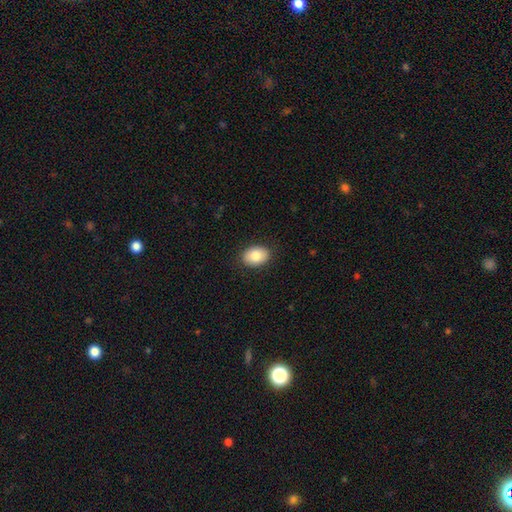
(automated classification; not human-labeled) Smooth or featured? Predicted: smooth (p=0.84). How rounded? Predicted: in between (p=0.74). Merging? Predicted: none (p=0.88).